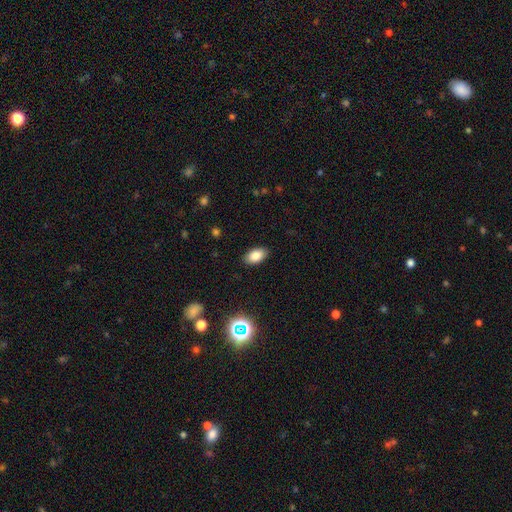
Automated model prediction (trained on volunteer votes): Smooth or featured? Predicted: smooth (p=0.81). How rounded? Predicted: in between (p=0.92). Merging? Predicted: none (p=0.88).